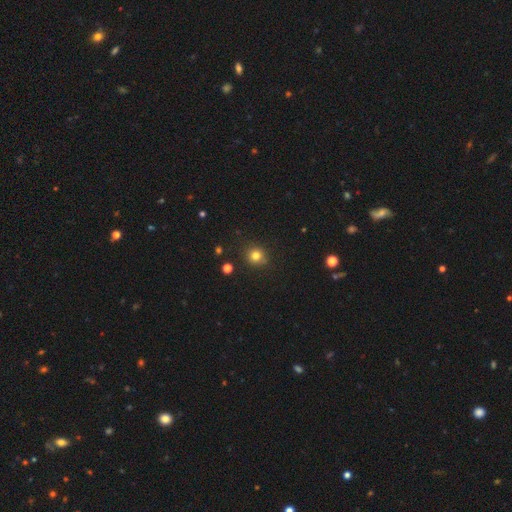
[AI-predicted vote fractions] This appears to be a smooth galaxy with no disk features (79%) that is round (89%). Merging: none (86%).